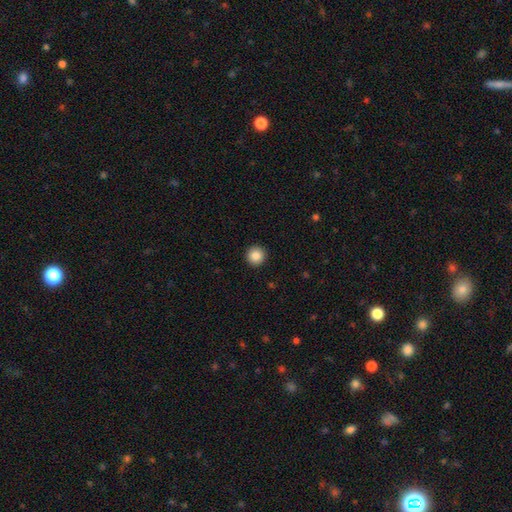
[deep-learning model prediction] Q: Smooth or featured?
A: smooth (87%); runner-up: star or artifact (9%)
Q: How rounded?
A: round (95%); runner-up: in between (4%)
Q: Merging?
A: none (93%); runner-up: minor disturbance (5%)